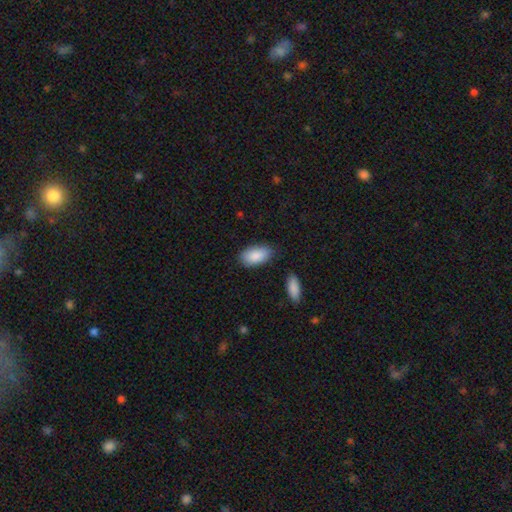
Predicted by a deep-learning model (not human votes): Q: Smooth or featured?
A: smooth (88%); runner-up: featured or disk (6%)
Q: How rounded?
A: in between (94%); runner-up: round (3%)
Q: Merging?
A: none (80%); runner-up: minor disturbance (14%)